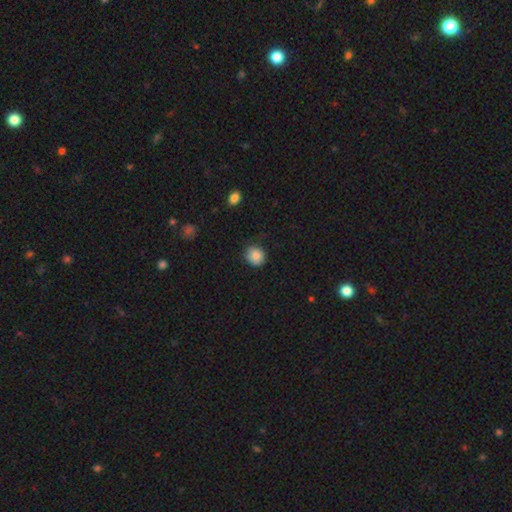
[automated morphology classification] This is clearly a smooth galaxy (85%). How rounded: clearly round (80%). Merging: likely none (76%).